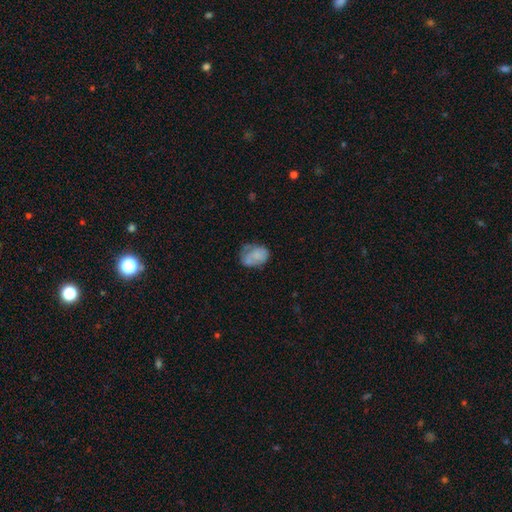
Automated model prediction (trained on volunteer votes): Morphology: type=smooth (57%); roundness=in between (64%); merging=none (46%).